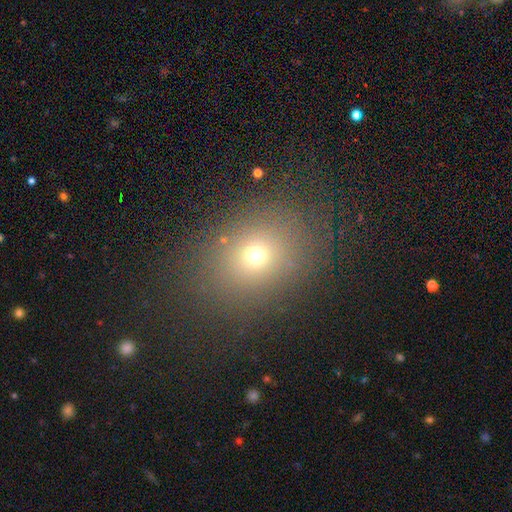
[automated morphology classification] This appears to be a smooth galaxy with no disk features (68%) that is in between round and cigar-shaped (50%). Merging: none (82%).